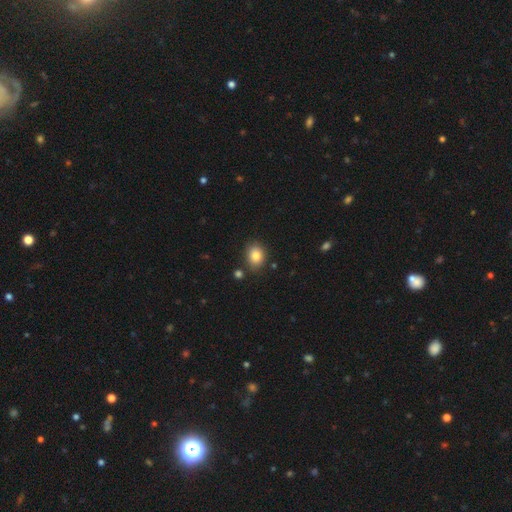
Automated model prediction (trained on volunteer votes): smooth_or_featured: smooth (p=0.84) [alt: star or artifact p=0.09]
how_rounded: in between (p=0.59) [alt: round p=0.40]
merging: none (p=0.82) [alt: minor disturbance p=0.11]